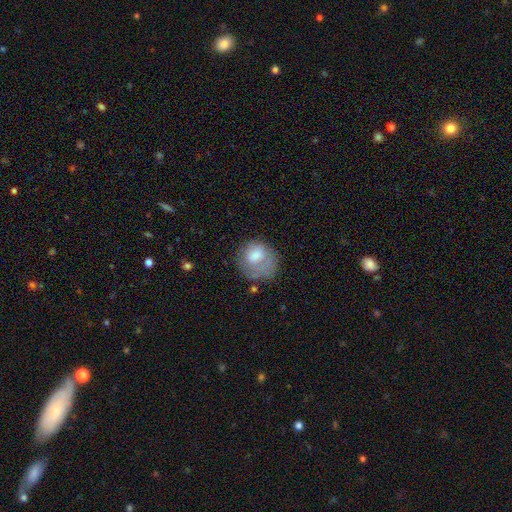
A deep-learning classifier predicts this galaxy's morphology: Q: Smooth or featured?
A: smooth (64%); runner-up: featured or disk (27%)
Q: How rounded?
A: round (71%); runner-up: in between (28%)
Q: Merging?
A: none (42%); runner-up: major disturbance (28%)